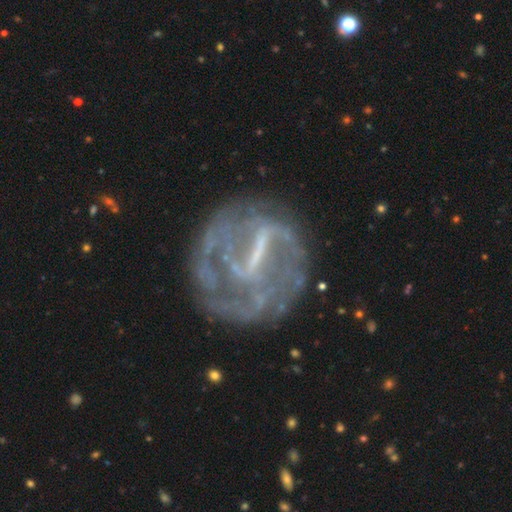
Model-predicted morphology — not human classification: Smooth or featured? Predicted: featured or disk (p=0.81). Edge-on disk? Predicted: no (p=0.96). Bar? Predicted: strong (p=0.61). Spiral arms? Predicted: yes (p=0.65). Spiral winding? Predicted: tight (p=0.46). Spiral arm count? Predicted: can't tell (p=0.43). Bulge size? Predicted: none (p=0.48). Merging? Predicted: none (p=0.62).